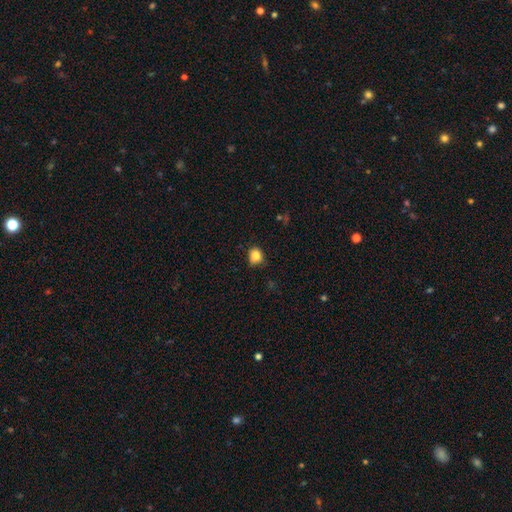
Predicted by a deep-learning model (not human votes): smooth 85%, star or artifact 10%, featured or disk 5%. Down the decision tree: how rounded — round (68%); merging — none (74%).